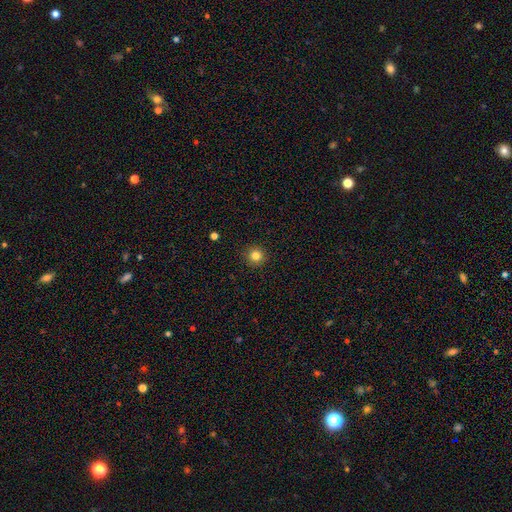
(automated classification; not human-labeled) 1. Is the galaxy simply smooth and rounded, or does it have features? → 82% smooth, 12% star or artifact, 5% featured or disk.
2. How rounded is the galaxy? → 95% round, 4% in between, 1% cigar-shaped.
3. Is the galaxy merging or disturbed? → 92% none, 5% minor disturbance, 2% major disturbance, 1% merger.